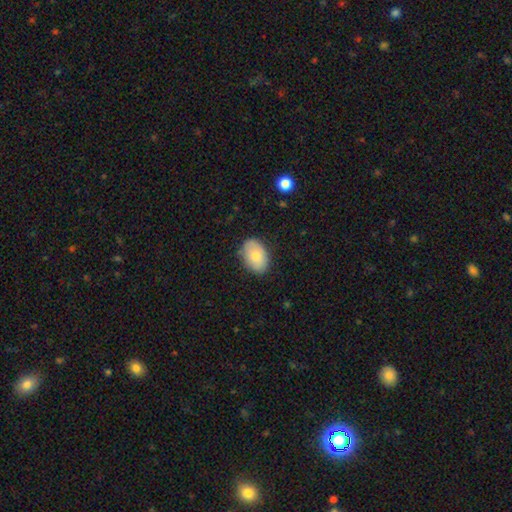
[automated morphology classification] Smooth or featured? Predicted: smooth (p=0.77). How rounded? Predicted: in between (p=0.86). Merging? Predicted: none (p=0.83).